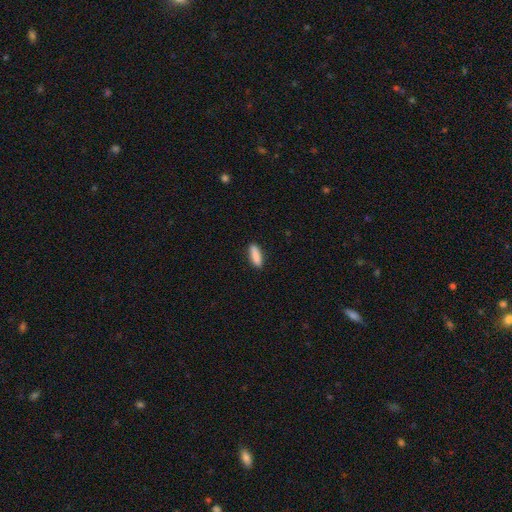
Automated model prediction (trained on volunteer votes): Q: Smooth or featured?
A: smooth (88%); runner-up: star or artifact (6%)
Q: How rounded?
A: cigar-shaped (56%); runner-up: in between (42%)
Q: Merging?
A: none (89%); runner-up: minor disturbance (8%)